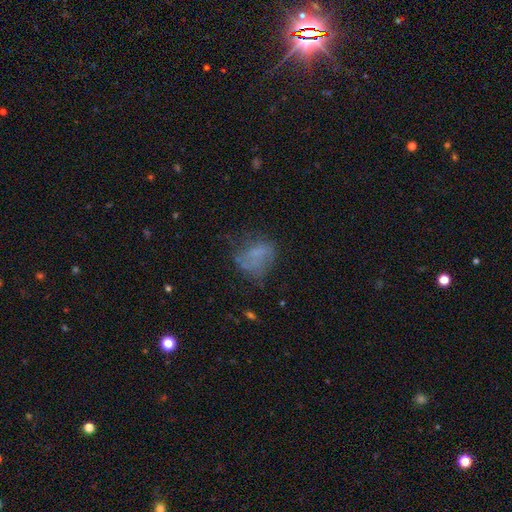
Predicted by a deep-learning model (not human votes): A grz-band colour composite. It shows a smooth galaxy with no disk features (52%) that is in between round and cigar-shaped (57%). Merging: none (45%).